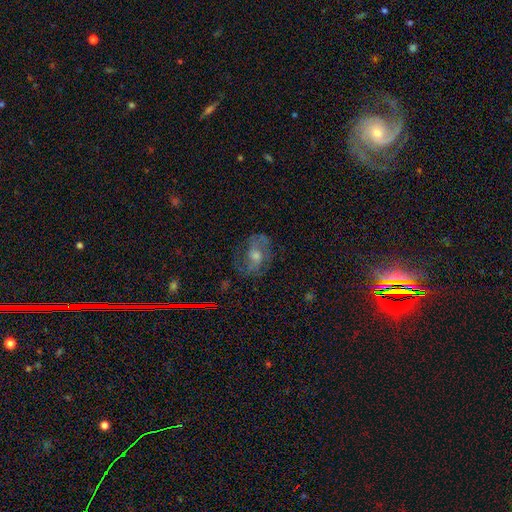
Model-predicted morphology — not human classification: featured or disk 65%, smooth 19%, star or artifact 16%. Down the decision tree: edge-on disk — no (96%); bar — no (49%); spiral arms — yes (87%); spiral arm count — 2 (69%); spiral winding — medium (50%); bulge size — moderate (60%); merging — none (70%).